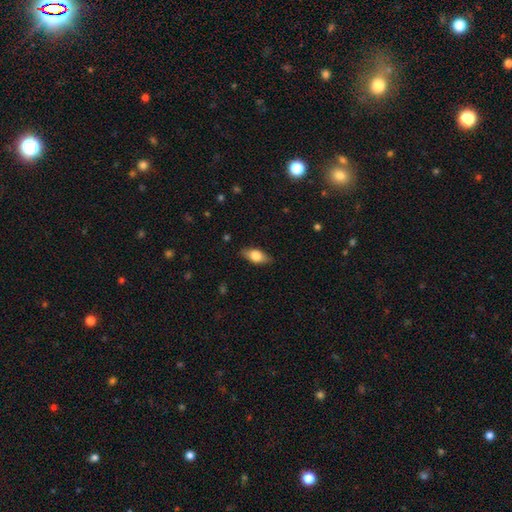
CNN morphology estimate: A smooth galaxy with no disk features (74%) that is in between round and cigar-shaped (86%).

Vote fractions:
- Smooth or featured? smooth: 74% / featured or disk: 20% / star or artifact: 7%
- How rounded? in between: 86% / cigar-shaped: 10% / round: 4%
- Merging? none: 84% / minor disturbance: 12% / major disturbance: 3% / merger: 1%